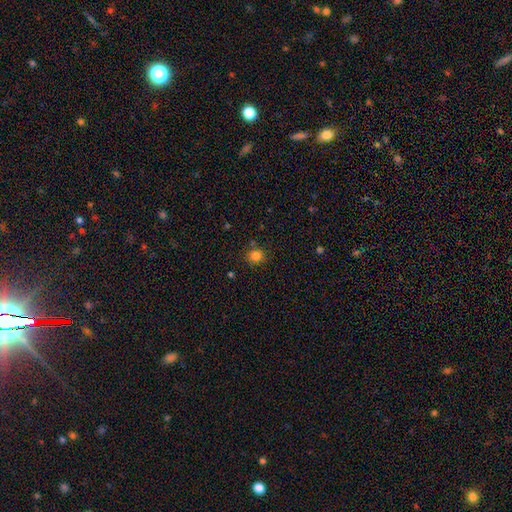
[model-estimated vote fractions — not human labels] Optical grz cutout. It shows a smooth galaxy with no disk features (82%) that is round (83%). Merging: none (83%).